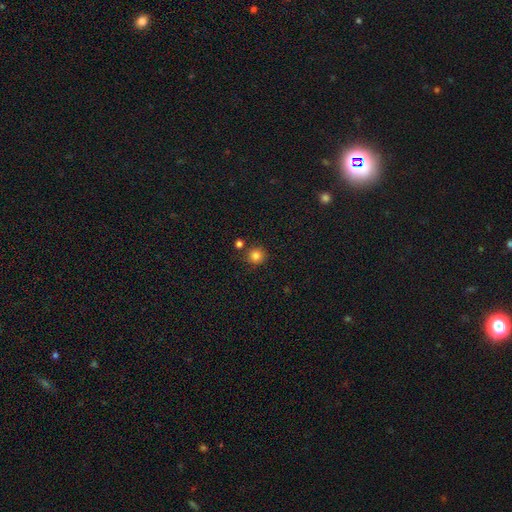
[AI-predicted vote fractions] smooth 83%, star or artifact 12%, featured or disk 5%. Down the decision tree: how rounded — round (94%); merging — none (83%).